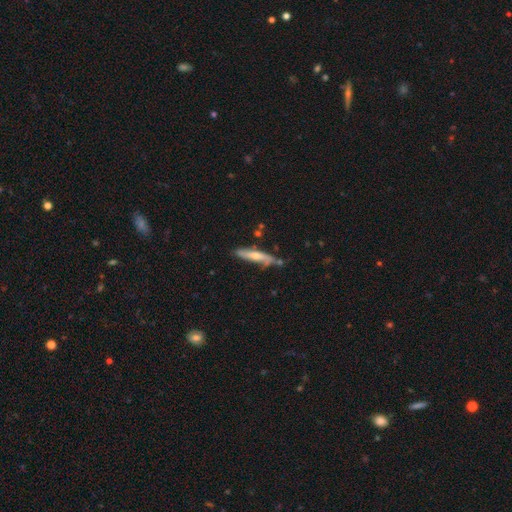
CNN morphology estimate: smooth 52%, featured or disk 42%, star or artifact 6%. Down the decision tree: how rounded — cigar-shaped (84%); merging — none (65%).